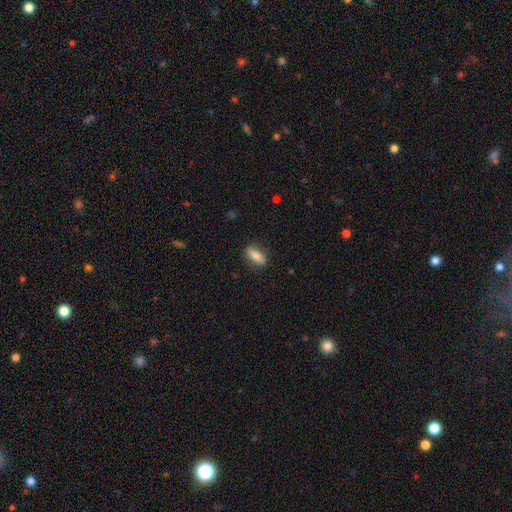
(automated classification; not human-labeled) Morphology: type=smooth (79%); roundness=in between (72%); merging=none (83%).